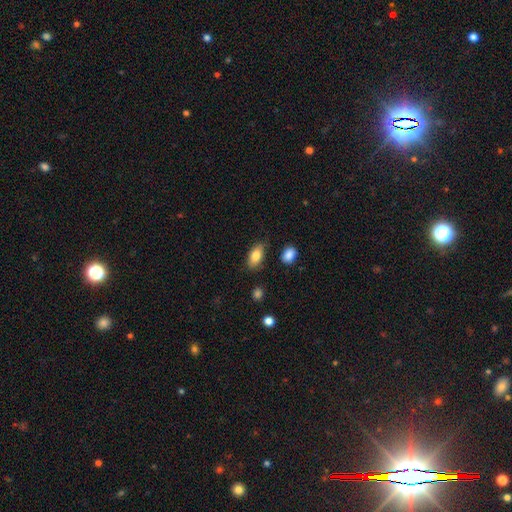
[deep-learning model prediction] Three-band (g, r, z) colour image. It shows a smooth galaxy with no disk features (83%) that is in between round and cigar-shaped (89%). Merging: none (78%).